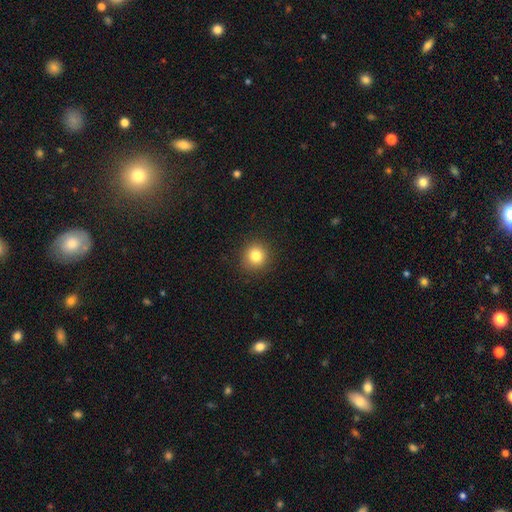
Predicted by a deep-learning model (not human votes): This is clearly a smooth galaxy (82%). How rounded: clearly round (90%). Merging: clearly none (90%).